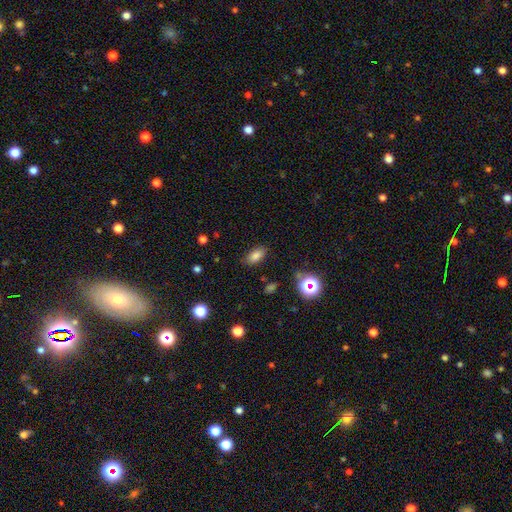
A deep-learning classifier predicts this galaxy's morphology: The model was most divided on "smooth or featured": smooth: 80%, star or artifact: 14%, featured or disk: 7%. More confident: how rounded — in between (89%); merging — none (80%).